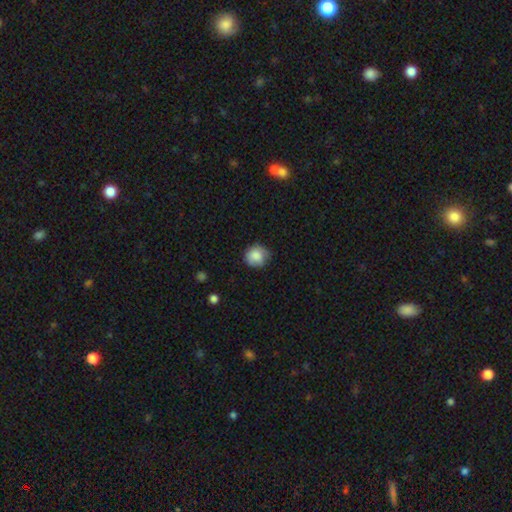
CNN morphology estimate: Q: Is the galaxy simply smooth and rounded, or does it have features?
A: smooth — 84%.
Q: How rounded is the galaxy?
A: round — 87%.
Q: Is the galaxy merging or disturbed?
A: none — 72%.